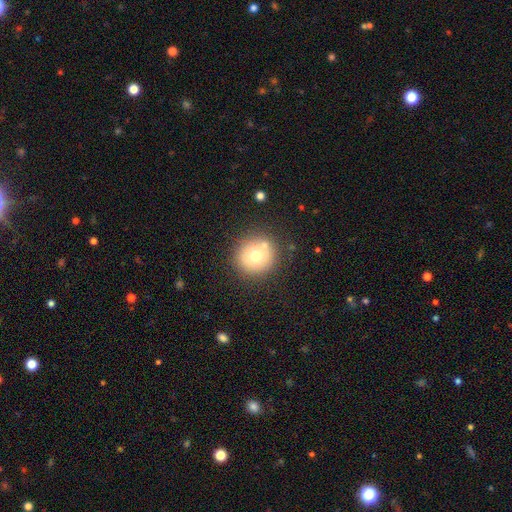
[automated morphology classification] A smooth galaxy with no disk features (69%) that is round (93%).

Vote fractions:
- Smooth or featured? smooth: 69% / featured or disk: 19% / star or artifact: 12%
- How rounded? round: 93% / in between: 6% / cigar-shaped: 1%
- Merging? none: 76% / minor disturbance: 11% / merger: 10% / major disturbance: 4%